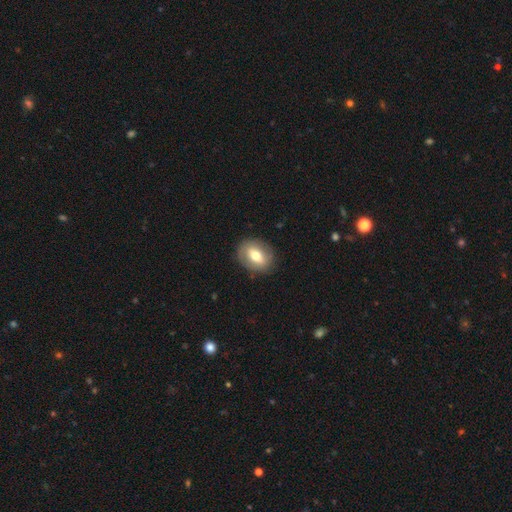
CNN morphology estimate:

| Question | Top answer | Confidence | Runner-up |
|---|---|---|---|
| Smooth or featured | smooth | 60% | featured or disk (33%) |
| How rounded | in between | 61% | round (38%) |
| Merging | none | 85% | minor disturbance (11%) |